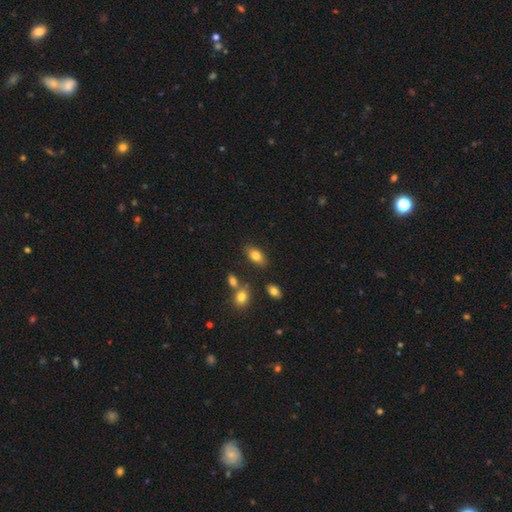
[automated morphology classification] smooth_or_featured: smooth (p=0.79) [alt: featured or disk p=0.13]
how_rounded: in between (p=0.89) [alt: round p=0.07]
merging: none (p=0.79) [alt: minor disturbance p=0.12]